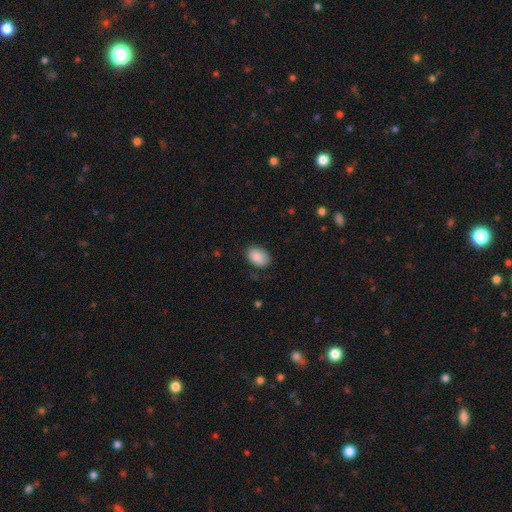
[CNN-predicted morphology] smooth-or-featured: smooth: 89% | star or artifact: 7% | featured or disk: 4%
  how-rounded: in between: 87% | round: 12% | cigar-shaped: 1%
  merging: none: 82% | minor disturbance: 14% | major disturbance: 3% | merger: 1%